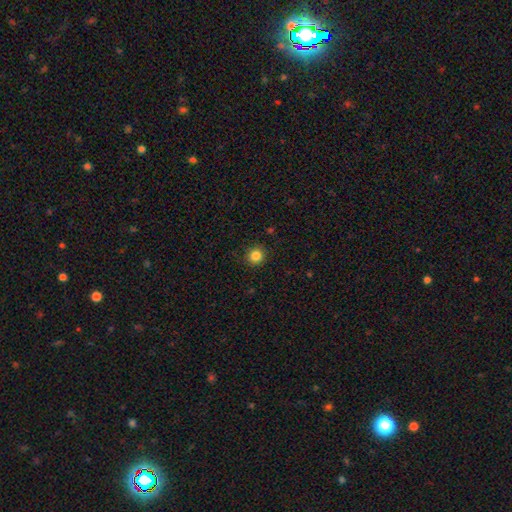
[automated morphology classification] A smooth galaxy with no disk features (84%) that is round (94%). Merging: none (91%).